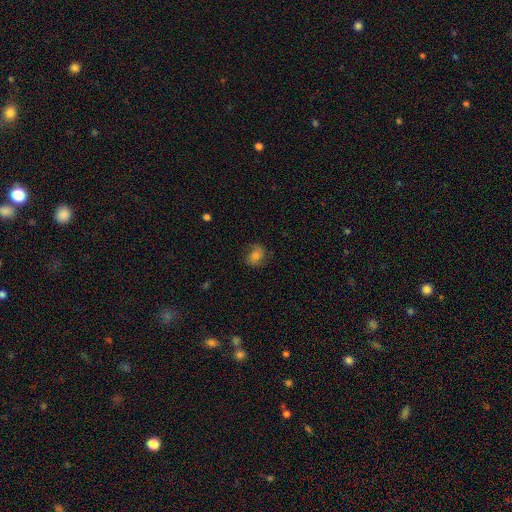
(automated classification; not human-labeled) Smooth or featured? smooth (48%)
Merging? none (69%)